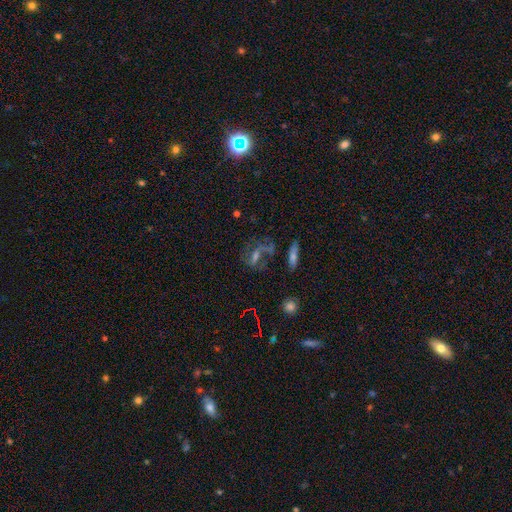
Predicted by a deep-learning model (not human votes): featured or disk 54%, star or artifact 28%, smooth 18%. Down the decision tree: edge-on disk — no (89%); merging — none (56%).